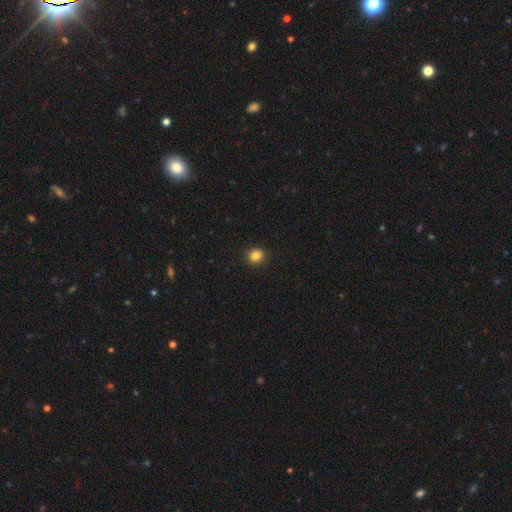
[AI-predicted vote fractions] smooth-or-featured: smooth: 84% | star or artifact: 11% | featured or disk: 4%
  how-rounded: round: 79% | in between: 20% | cigar-shaped: 1%
  merging: none: 91% | minor disturbance: 6% | major disturbance: 2% | merger: 1%